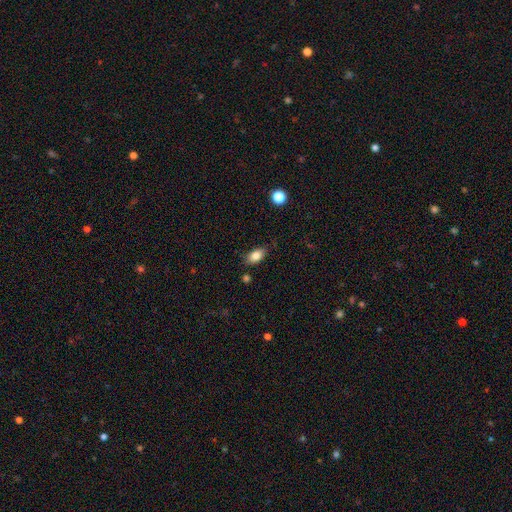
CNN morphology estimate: Smooth or featured: smooth — 83% (star or artifact — 9%)
How rounded: in between — 88% (round — 8%)
Merging: none — 78% (minor disturbance — 17%)